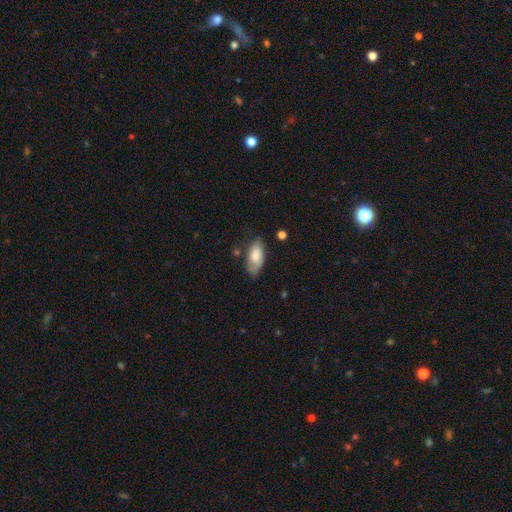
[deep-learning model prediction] Morphology: type=smooth (73%); roundness=in between (91%); merging=none (64%).